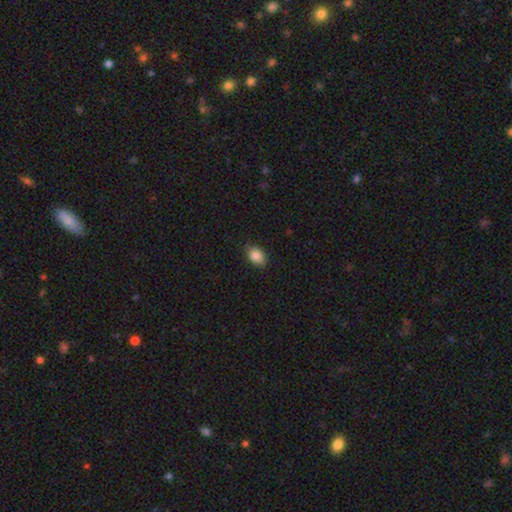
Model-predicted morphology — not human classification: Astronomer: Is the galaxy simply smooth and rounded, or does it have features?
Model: smooth — 87%.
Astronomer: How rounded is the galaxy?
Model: in between — 77%.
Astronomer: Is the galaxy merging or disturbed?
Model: none — 82%.